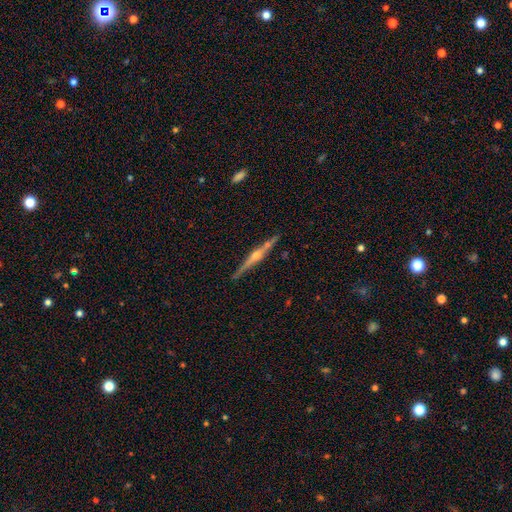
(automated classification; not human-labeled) This appears to be a featured or disk galaxy (84%) viewed edge-on (98%) with a rounded central bulge (91%). Merging: none (86%).